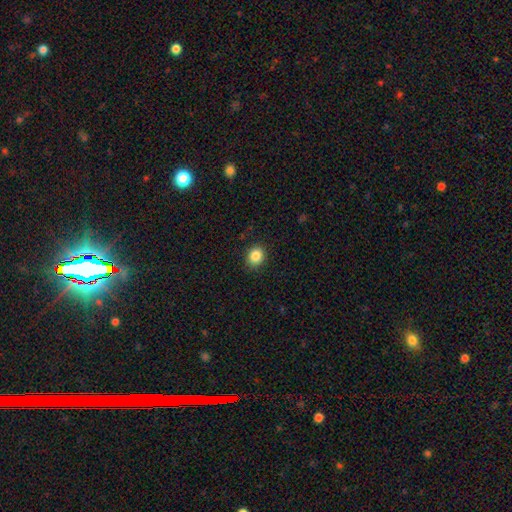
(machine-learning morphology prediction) A smooth galaxy with no disk features (86%) that is round (66%). Merging: none (88%).